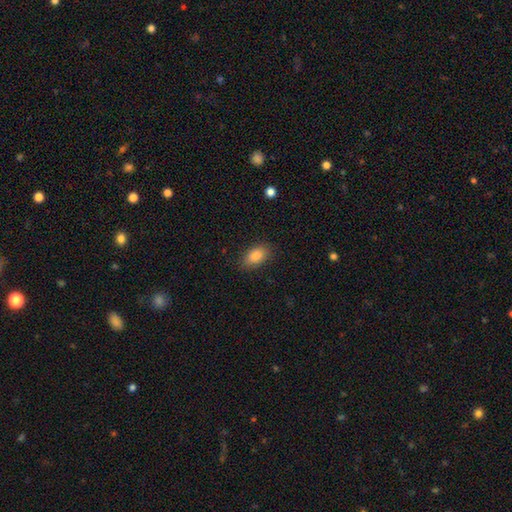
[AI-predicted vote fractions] This is clearly a smooth galaxy (84%). How rounded: clearly in between (90%). Merging: clearly none (85%).